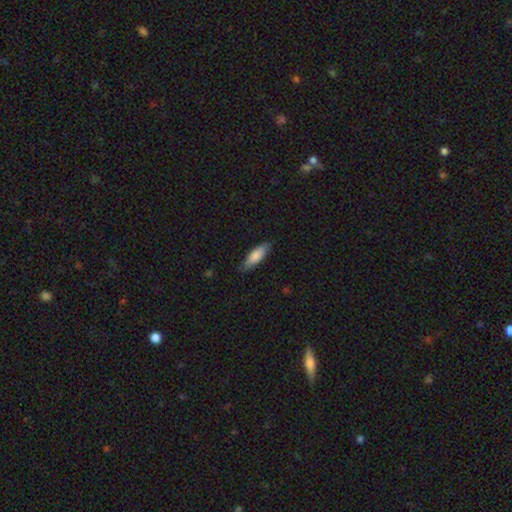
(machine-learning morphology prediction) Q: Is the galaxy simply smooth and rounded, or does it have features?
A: smooth — 81%.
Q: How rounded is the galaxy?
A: in between — 53%.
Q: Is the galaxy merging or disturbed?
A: none — 83%.